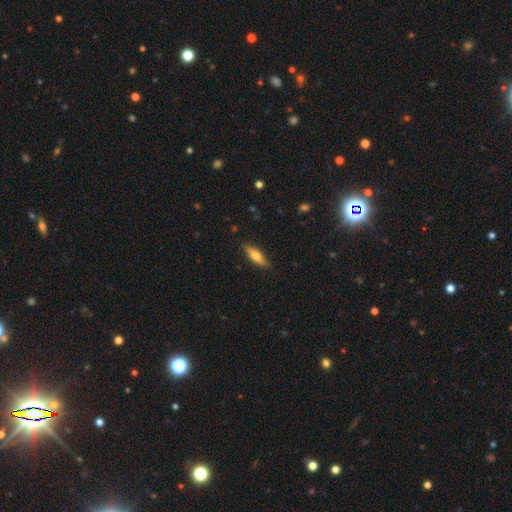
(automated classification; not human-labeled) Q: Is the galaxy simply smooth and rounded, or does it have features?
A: smooth — 60%.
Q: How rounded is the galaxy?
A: cigar-shaped — 55%.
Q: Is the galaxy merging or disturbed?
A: none — 87%.